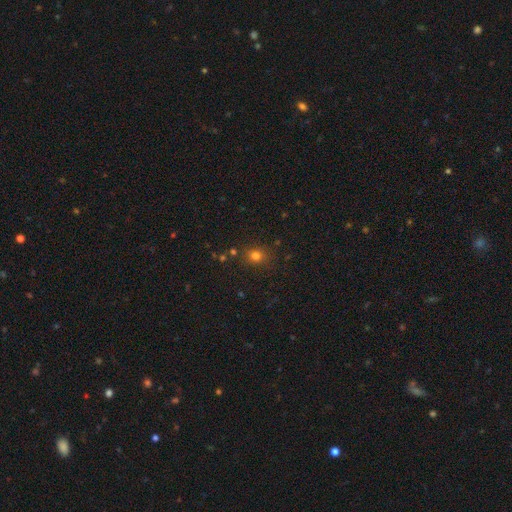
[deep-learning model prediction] This appears to be a smooth galaxy with no disk features (76%) that is round (68%). Merging: none (82%).